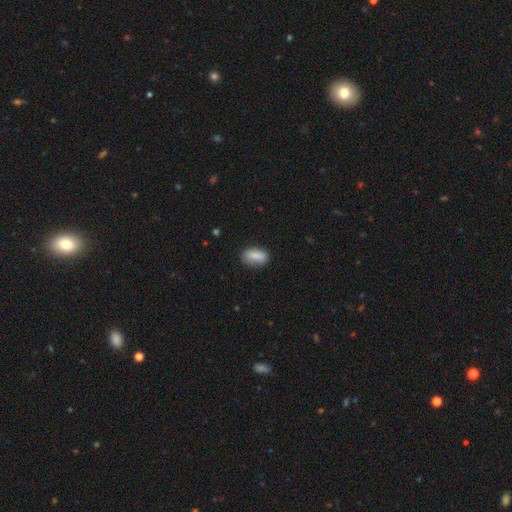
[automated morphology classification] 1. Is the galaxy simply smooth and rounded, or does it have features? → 83% smooth, 10% featured or disk, 7% star or artifact.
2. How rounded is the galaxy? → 88% in between, 6% cigar-shaped, 6% round.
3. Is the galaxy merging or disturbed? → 80% none, 15% minor disturbance, 3% major disturbance, 2% merger.